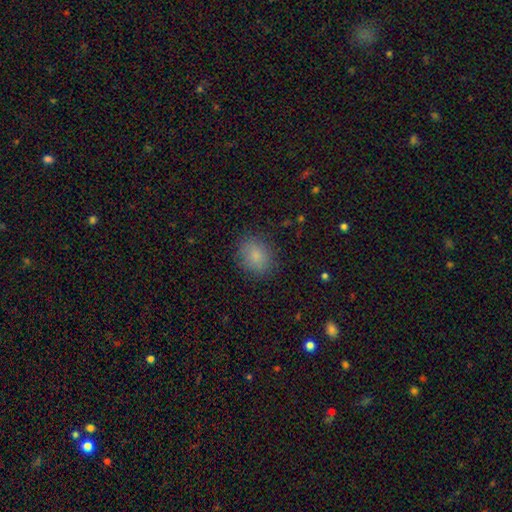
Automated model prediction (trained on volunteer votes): smooth 84%, star or artifact 10%, featured or disk 6%. Down the decision tree: how rounded — round (53%); merging — none (85%).